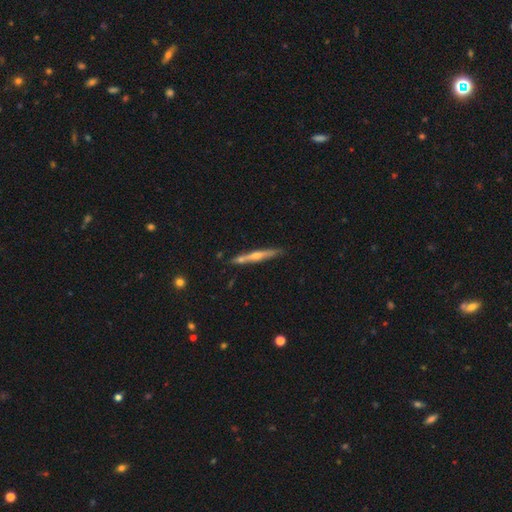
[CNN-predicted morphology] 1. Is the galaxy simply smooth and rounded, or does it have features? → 69% featured or disk, 25% smooth, 6% star or artifact.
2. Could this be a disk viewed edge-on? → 97% yes, 3% no.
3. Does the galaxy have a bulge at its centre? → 76% rounded, 18% none, 6% boxy.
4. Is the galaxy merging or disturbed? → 83% none, 11% minor disturbance, 5% merger, 2% major disturbance.